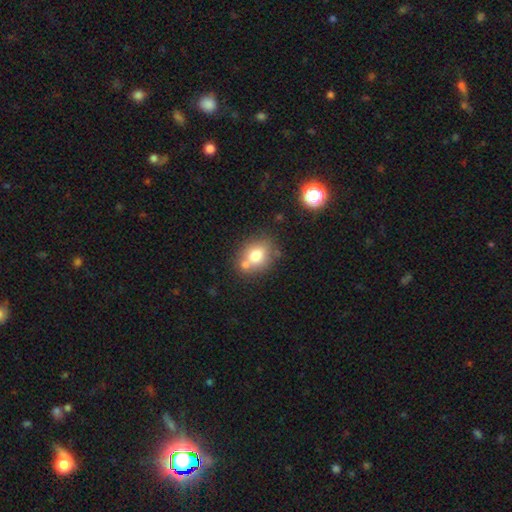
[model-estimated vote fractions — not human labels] Smooth or featured?
  - smooth: 73% *
  - featured or disk: 16%
  - star or artifact: 11%
How rounded?
  - round: 51% *
  - in between: 47%
  - cigar-shaped: 1%
Merging?
  - none: 58% *
  - merger: 24%
  - minor disturbance: 14%
  - major disturbance: 4%